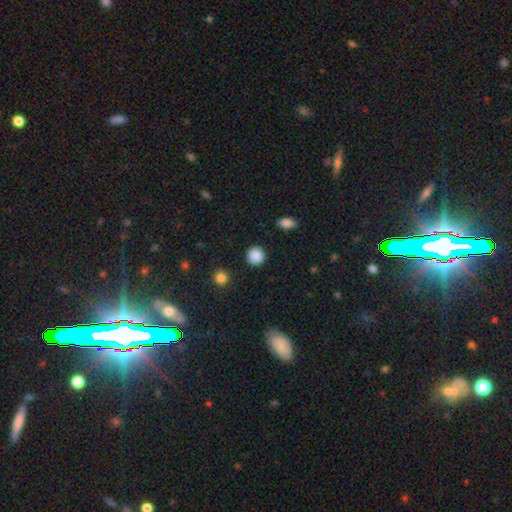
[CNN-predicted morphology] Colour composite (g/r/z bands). It shows a smooth galaxy with no disk features (88%) that is round (93%). Merging: none (90%).